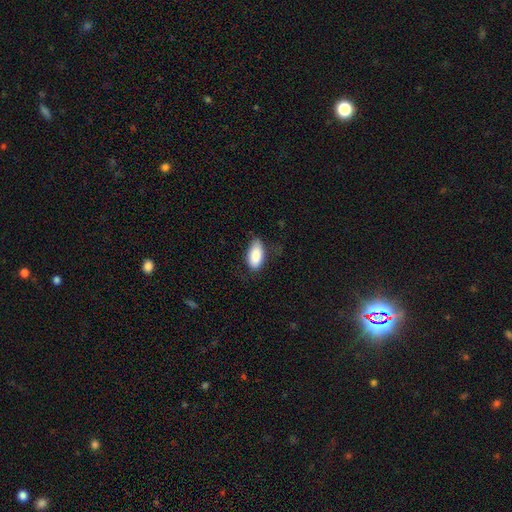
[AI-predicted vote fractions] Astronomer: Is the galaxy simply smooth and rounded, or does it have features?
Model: smooth — 88%.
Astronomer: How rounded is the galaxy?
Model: in between — 93%.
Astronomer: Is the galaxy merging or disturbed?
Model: none — 67%.